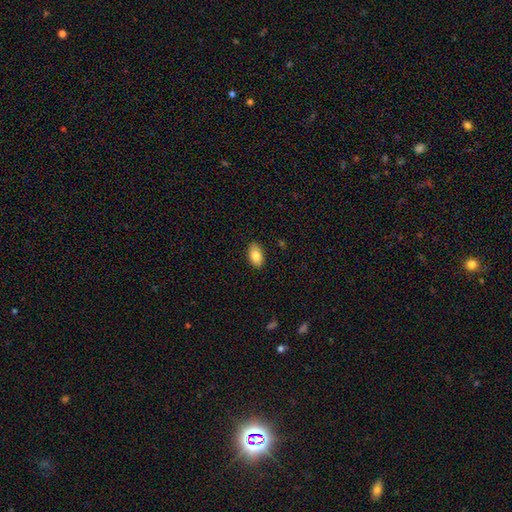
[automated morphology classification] Q: Smooth or featured?
A: smooth (84%); runner-up: featured or disk (9%)
Q: How rounded?
A: in between (93%); runner-up: round (5%)
Q: Merging?
A: none (87%); runner-up: minor disturbance (10%)